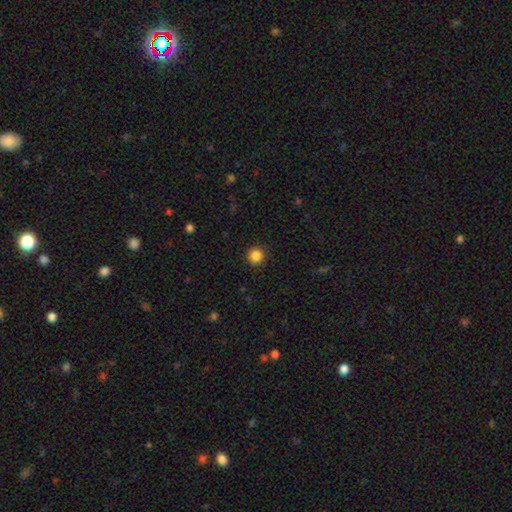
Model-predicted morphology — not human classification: Smooth or featured? smooth (86%)
How rounded? round (95%)
Merging? none (91%)